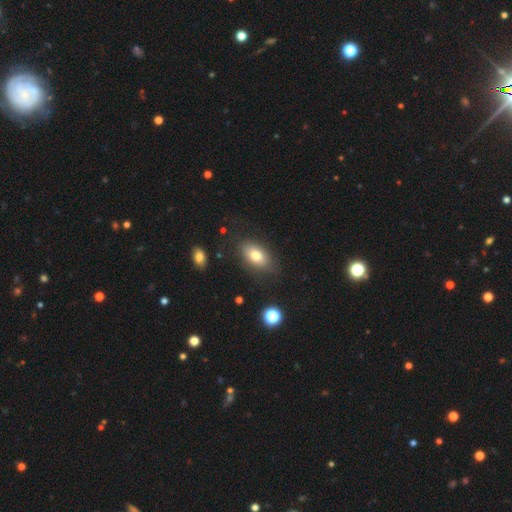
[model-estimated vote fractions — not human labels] This is likely a smooth galaxy (76%). How rounded: clearly in between (88%). Merging: clearly none (80%).